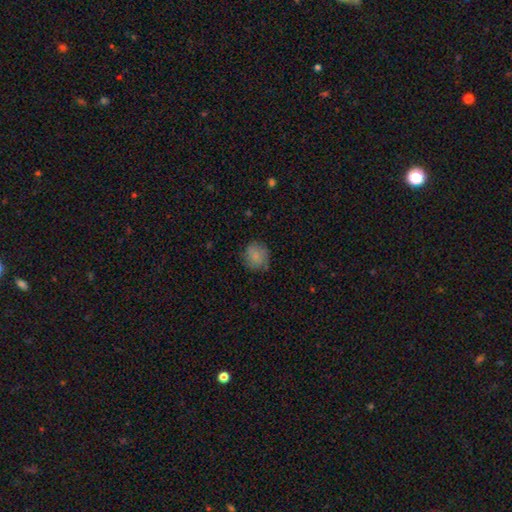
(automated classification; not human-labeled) The model was most divided on "merging": none: 72%, minor disturbance: 21%, major disturbance: 5%, merger: 1%. More confident: how rounded — round (81%); smooth or featured — smooth (79%).